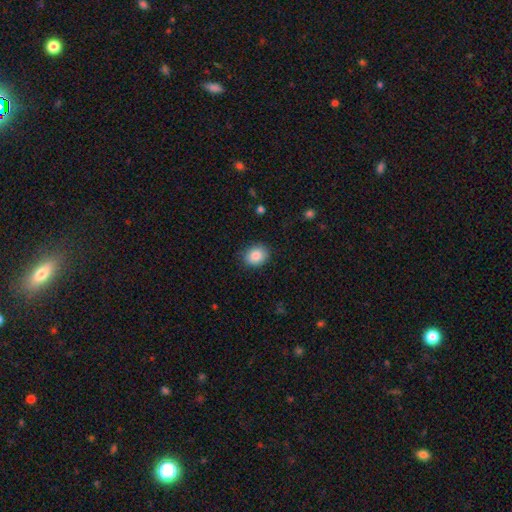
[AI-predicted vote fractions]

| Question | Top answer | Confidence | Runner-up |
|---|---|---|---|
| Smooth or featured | smooth | 86% | star or artifact (8%) |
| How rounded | round | 57% | in between (42%) |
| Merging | none | 86% | minor disturbance (11%) |